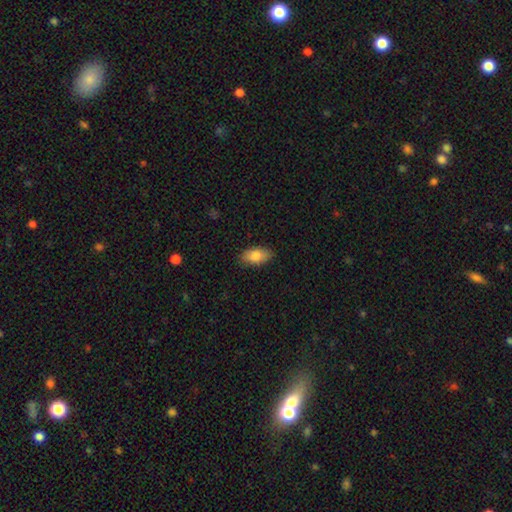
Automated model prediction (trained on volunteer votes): This is clearly a smooth galaxy (84%). How rounded: clearly in between (92%). Merging: clearly none (84%).